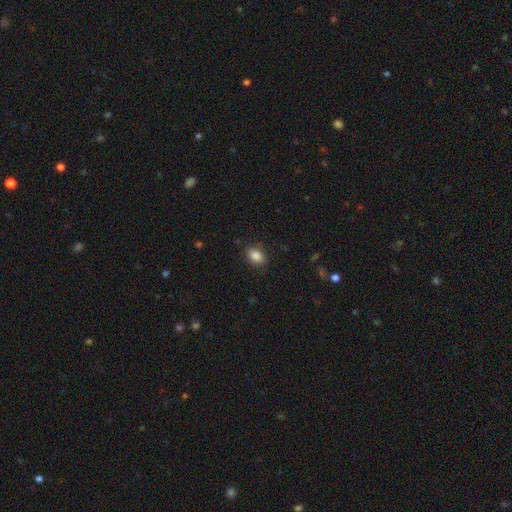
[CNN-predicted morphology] type=smooth (87%); roundness=in between (74%); merging=none (86%).